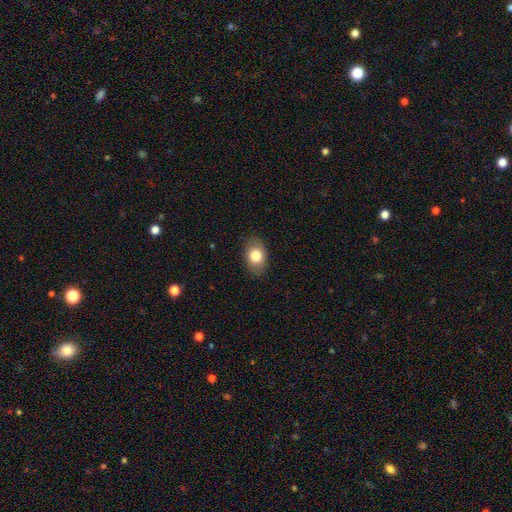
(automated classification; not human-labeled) smooth_or_featured: smooth (p=0.80) [alt: featured or disk p=0.12]
how_rounded: in between (p=0.79) [alt: round p=0.20]
merging: none (p=0.86) [alt: minor disturbance p=0.11]